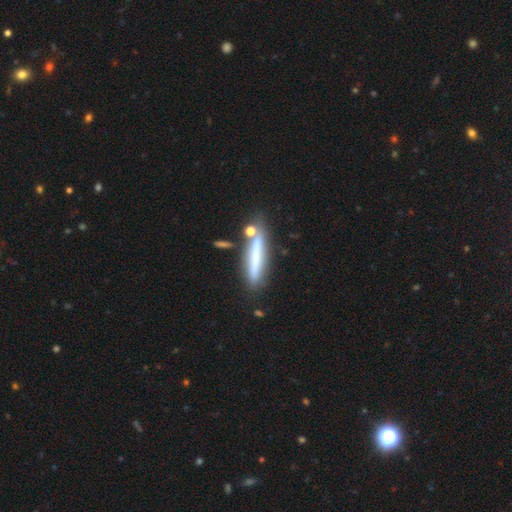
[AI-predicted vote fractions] Smooth or featured?
  - smooth: 57% *
  - featured or disk: 35%
  - star or artifact: 8%
How rounded?
  - cigar-shaped: 90% *
  - in between: 9%
  - round: 2%
Merging?
  - none: 69% *
  - minor disturbance: 15%
  - merger: 12%
  - major disturbance: 5%